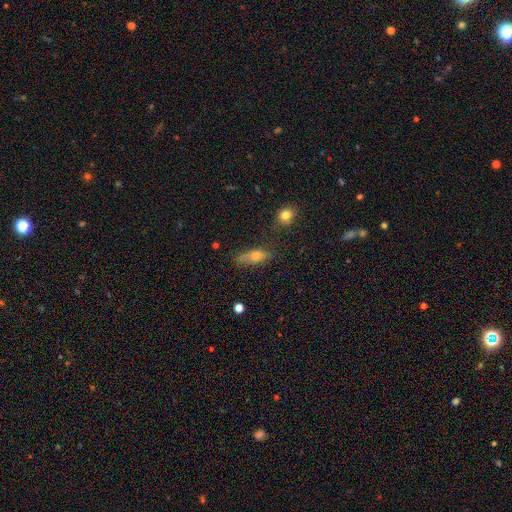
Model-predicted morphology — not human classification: smooth-or-featured: smooth: 65% | featured or disk: 23% | star or artifact: 12%
  how-rounded: in between: 56% | cigar-shaped: 38% | round: 6%
  merging: none: 60% | minor disturbance: 26% | major disturbance: 9% | merger: 5%